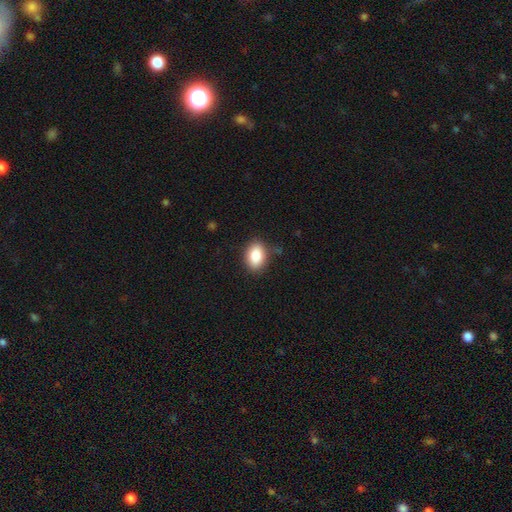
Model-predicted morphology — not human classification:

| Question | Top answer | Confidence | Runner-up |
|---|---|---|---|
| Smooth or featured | smooth | 86% | star or artifact (8%) |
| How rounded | in between | 81% | round (18%) |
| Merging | none | 84% | minor disturbance (12%) |